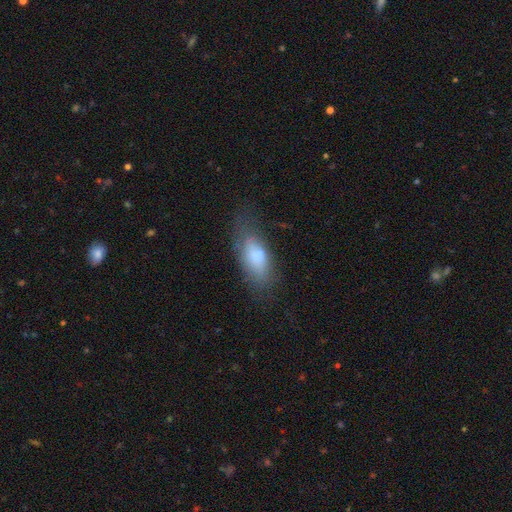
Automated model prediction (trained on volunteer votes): Overall: smooth (73%). How rounded: in between (81%). Merging: none (58%; minor disturbance 27%).